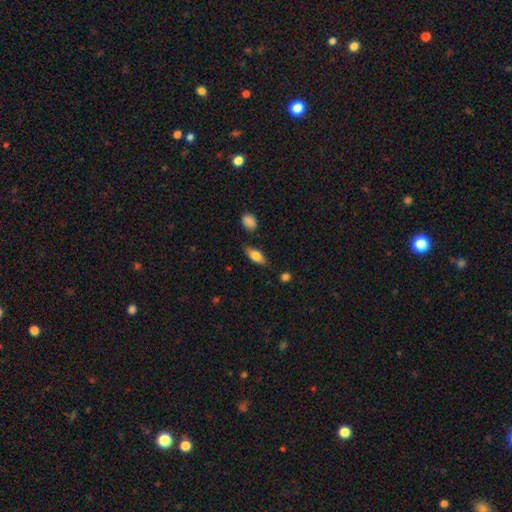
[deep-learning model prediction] Smooth or featured: smooth — 77% (featured or disk — 16%)
How rounded: in between — 81% (cigar-shaped — 15%)
Merging: none — 79% (minor disturbance — 15%)